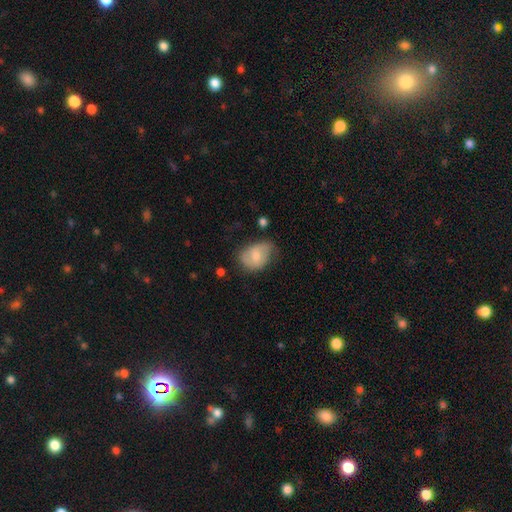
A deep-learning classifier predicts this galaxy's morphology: The model was most divided on "merging": none: 50%, minor disturbance: 36%, major disturbance: 11%, merger: 2%. More confident: how rounded — in between (73%); smooth or featured — smooth (63%).